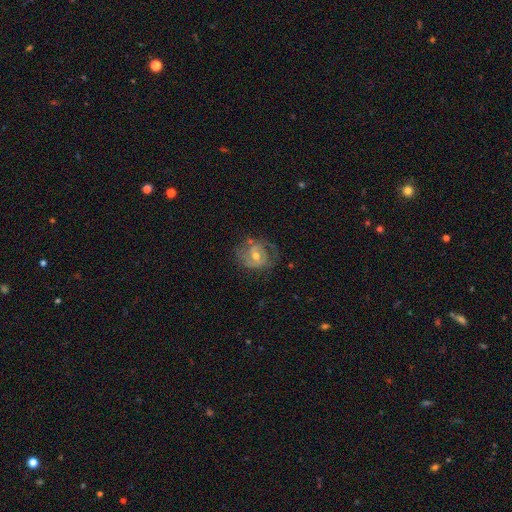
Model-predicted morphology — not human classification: A featured or disk galaxy (70%) with no bar (45%), 2 (58%) tight (42%) spiral arms (78%) and a moderate central bulge (69%).

Vote fractions:
- Smooth or featured? featured or disk: 70% / smooth: 23% / star or artifact: 7%
- Edge-on disk? no: 97% / yes: 3%
- Bar? no: 45% / weak: 43% / strong: 12%
- Spiral arms? yes: 78% / no: 22%
- Spiral winding? tight: 42% / medium: 41% / loose: 17%
- Spiral arm count? 2: 58% / can't tell: 23% / 1: 11% / 3: 5% / 4: 2% / more than 4: 2%
- Bulge size? moderate: 69% / small: 26% / large: 4% / none: 1% / dominant: 1%
- Merging? none: 57% / minor disturbance: 23% / major disturbance: 16% / merger: 3%